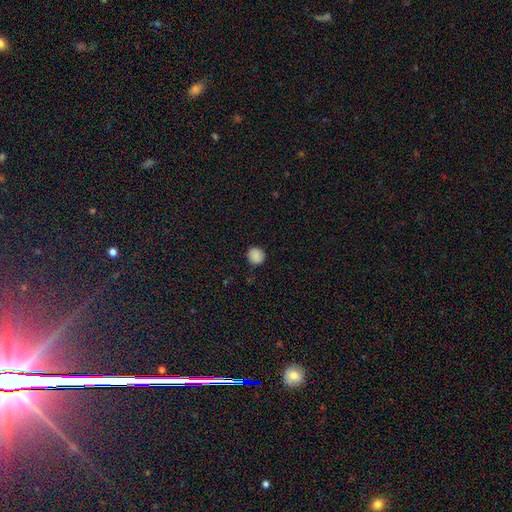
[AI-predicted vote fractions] A smooth galaxy with no disk features (87%) that is round (92%). Merging: none (87%).